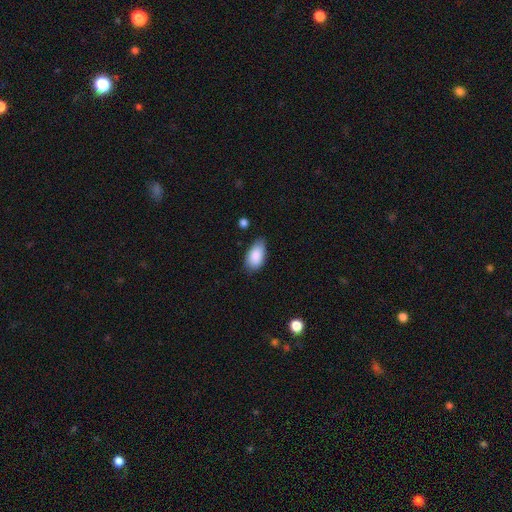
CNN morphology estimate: A smooth galaxy with no disk features (88%) that is in between round and cigar-shaped (94%).

Vote fractions:
- Smooth or featured? smooth: 88% / star or artifact: 6% / featured or disk: 6%
- How rounded? in between: 94% / round: 4% / cigar-shaped: 2%
- Merging? none: 68% / minor disturbance: 26% / major disturbance: 4% / merger: 2%